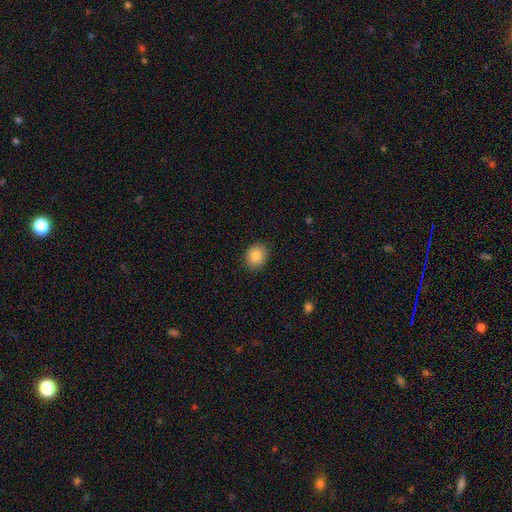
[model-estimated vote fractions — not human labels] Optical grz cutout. It shows a smooth galaxy with no disk features (85%) that is round (66%). Merging: none (88%).